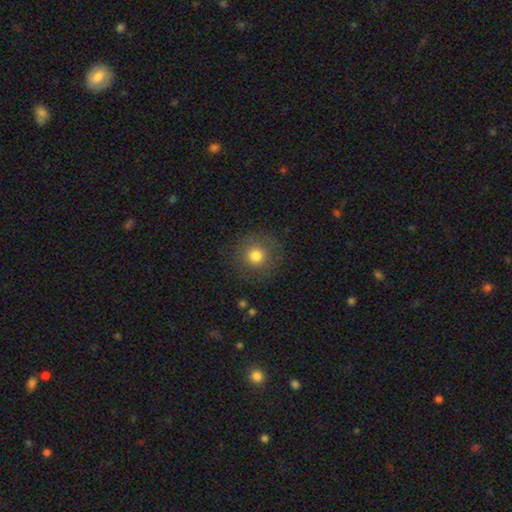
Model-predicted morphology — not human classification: type=smooth (79%); roundness=round (94%); merging=none (87%).